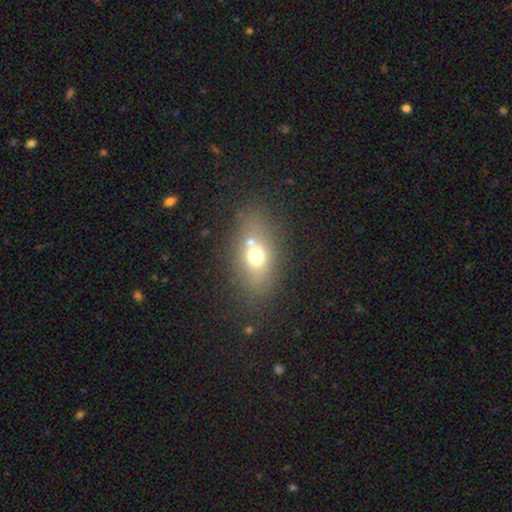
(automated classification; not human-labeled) Smooth or featured? smooth (61%)
How rounded? in between (68%)
Merging? none (65%)